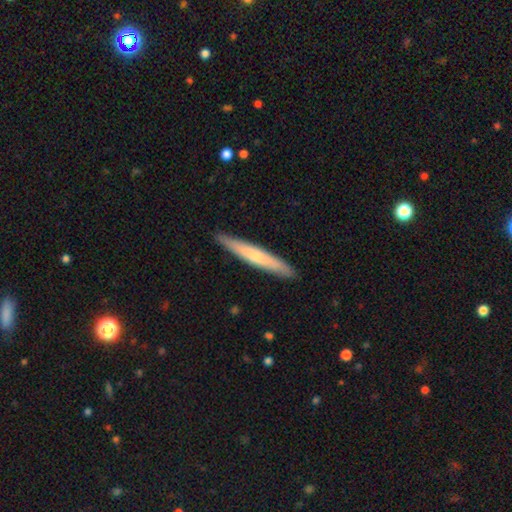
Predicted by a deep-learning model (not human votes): A smooth galaxy with no disk features (56%) that is cigar-shaped (95%).

Vote fractions:
- Smooth or featured? smooth: 56% / featured or disk: 40% / star or artifact: 5%
- How rounded? cigar-shaped: 95% / in between: 4% / round: 1%
- Merging? none: 90% / minor disturbance: 7% / major disturbance: 1% / merger: 1%